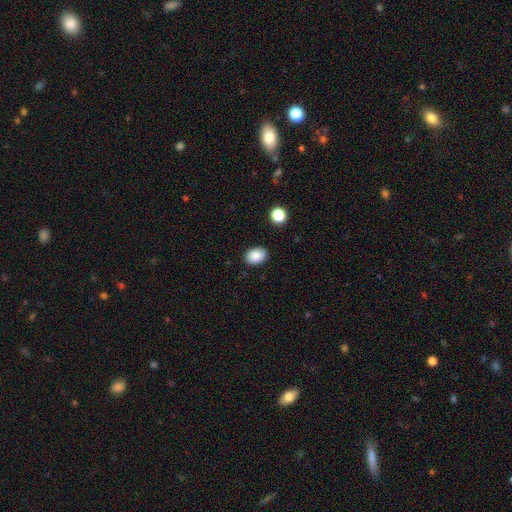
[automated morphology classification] A smooth galaxy with no disk features (88%) that is in between round and cigar-shaped (78%).

Vote fractions:
- Smooth or featured? smooth: 88% / star or artifact: 8% / featured or disk: 4%
- How rounded? in between: 78% / round: 21% / cigar-shaped: 1%
- Merging? none: 88% / minor disturbance: 8% / major disturbance: 2% / merger: 1%